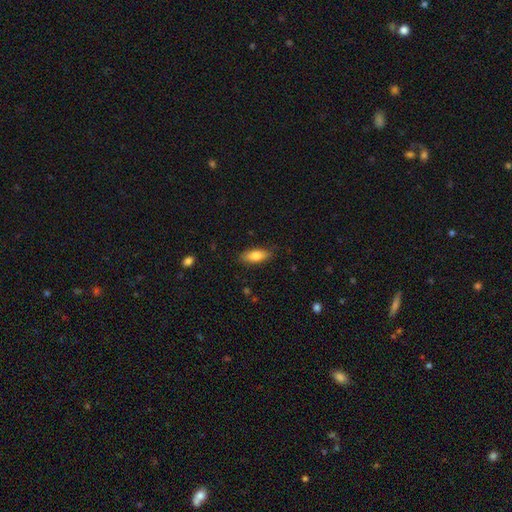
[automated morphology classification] A smooth galaxy with no disk features (78%) that is in between round and cigar-shaped (76%).

Vote fractions:
- Smooth or featured? smooth: 78% / featured or disk: 15% / star or artifact: 7%
- How rounded? in between: 76% / cigar-shaped: 21% / round: 3%
- Merging? none: 86% / minor disturbance: 11% / major disturbance: 2% / merger: 1%